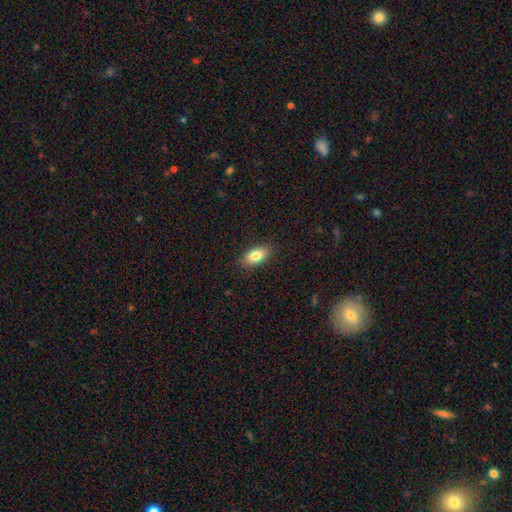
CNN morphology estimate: smooth-or-featured: smooth: 82% | featured or disk: 11% | star or artifact: 7%
  how-rounded: in between: 89% | cigar-shaped: 7% | round: 4%
  merging: none: 88% | minor disturbance: 9% | major disturbance: 2% | merger: 1%